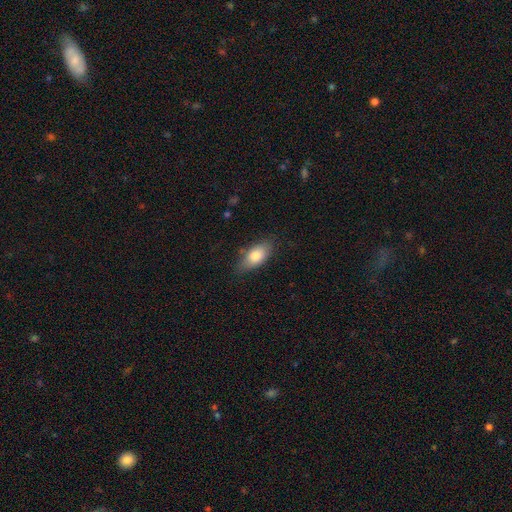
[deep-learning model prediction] smooth_or_featured: smooth (p=0.80) [alt: featured or disk p=0.13]
how_rounded: in between (p=0.88) [alt: cigar-shaped p=0.08]
merging: none (p=0.76) [alt: minor disturbance p=0.18]